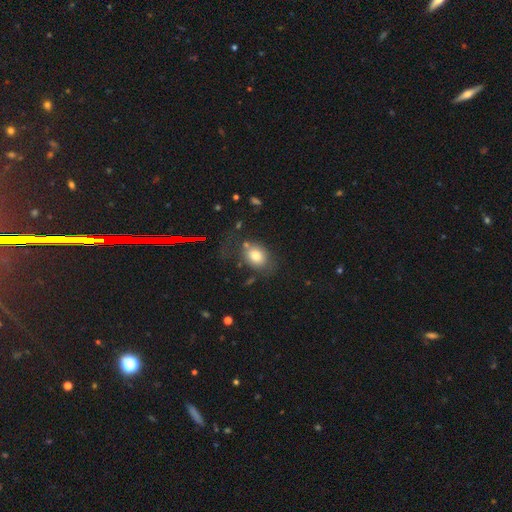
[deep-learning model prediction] Q: Smooth or featured?
A: smooth (77%); runner-up: featured or disk (13%)
Q: How rounded?
A: in between (58%); runner-up: round (41%)
Q: Merging?
A: none (62%); runner-up: minor disturbance (19%)